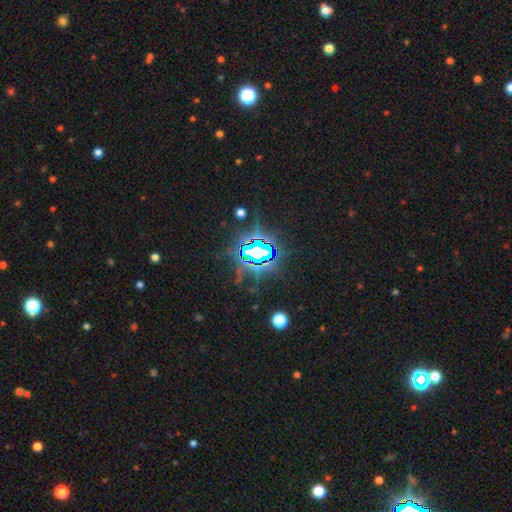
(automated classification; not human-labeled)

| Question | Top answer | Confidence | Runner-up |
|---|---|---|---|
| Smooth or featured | star or artifact | 79% | featured or disk (11%) |